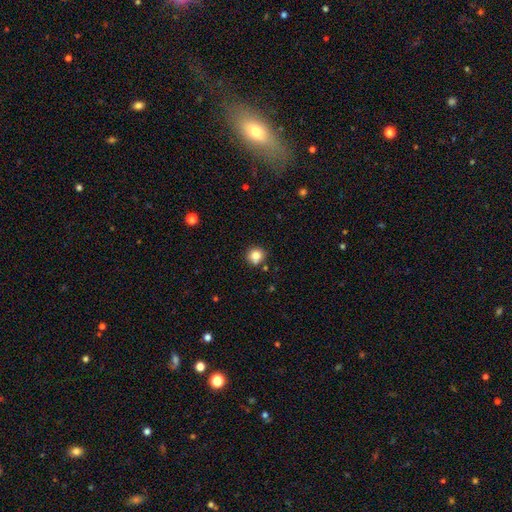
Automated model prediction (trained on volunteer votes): Overall: smooth (81%). How rounded: round (88%). Merging: none (77%).